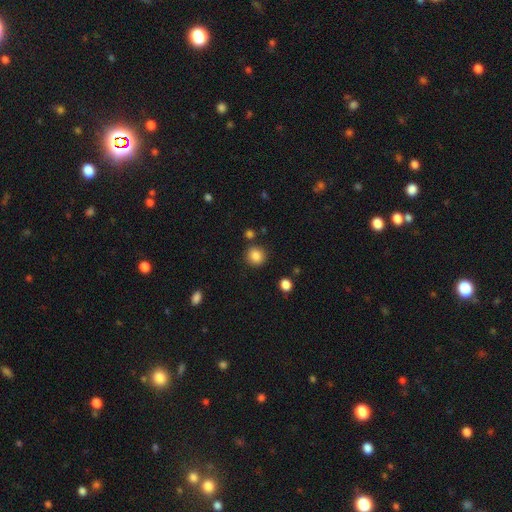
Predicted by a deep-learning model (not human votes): Smooth or featured? smooth (86%)
How rounded? round (87%)
Merging? none (85%)